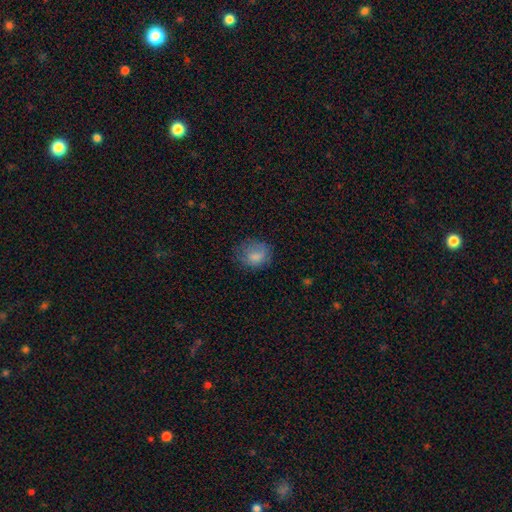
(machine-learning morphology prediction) type=smooth (79%); roundness=round (62%); merging=none (60%).